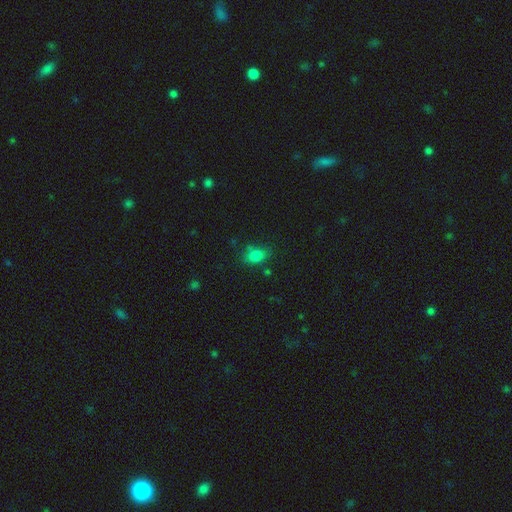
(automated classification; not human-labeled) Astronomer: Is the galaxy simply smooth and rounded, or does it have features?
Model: smooth — 81%.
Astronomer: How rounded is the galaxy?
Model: in between — 72%.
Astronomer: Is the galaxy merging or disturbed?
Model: none — 68%.